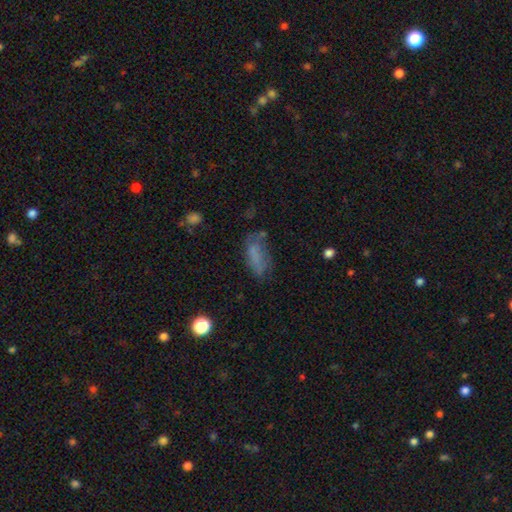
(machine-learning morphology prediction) This appears to be a smooth galaxy with no disk features (65%) that is in between round and cigar-shaped (75%). Merging: none (49%).